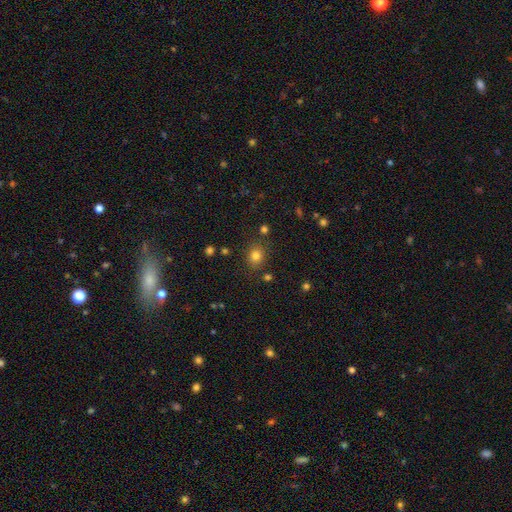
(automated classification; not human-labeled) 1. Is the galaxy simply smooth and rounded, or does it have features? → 79% smooth, 14% star or artifact, 6% featured or disk.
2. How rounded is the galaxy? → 74% round, 25% in between, 1% cigar-shaped.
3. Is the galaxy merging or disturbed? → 83% none, 10% minor disturbance, 4% merger, 4% major disturbance.